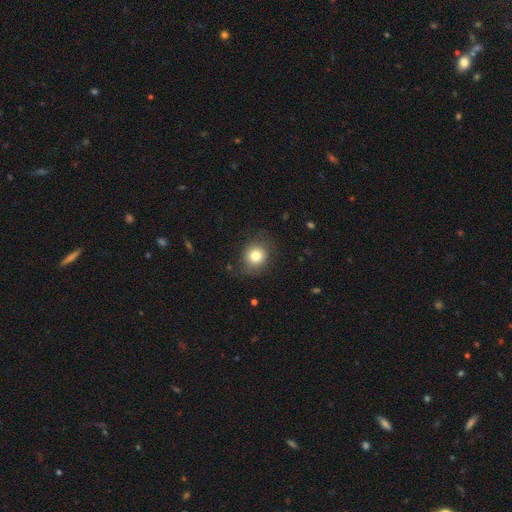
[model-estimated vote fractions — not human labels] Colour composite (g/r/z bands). It shows a smooth galaxy with no disk features (80%) that is round (78%). Merging: none (79%).